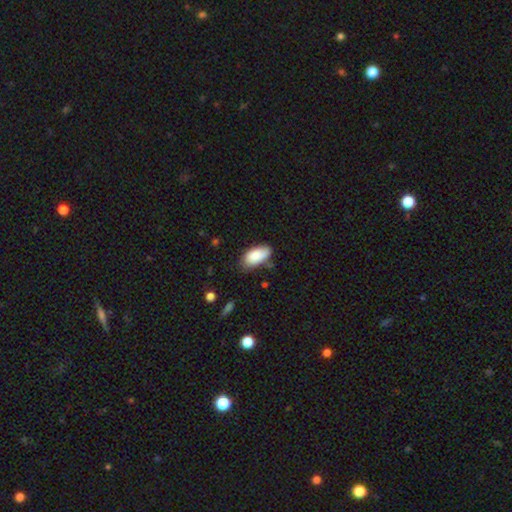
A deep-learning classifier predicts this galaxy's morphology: Smooth or featured? smooth (82%)
How rounded? in between (94%)
Merging? none (65%)